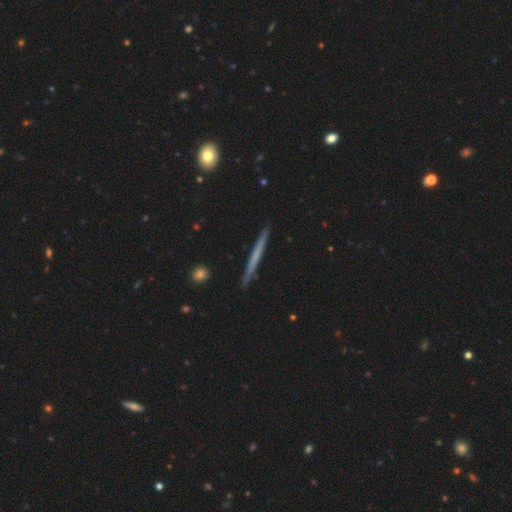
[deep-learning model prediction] Morphology: type=featured or disk (50%); edge-on=yes (97%); merging=none (91%).